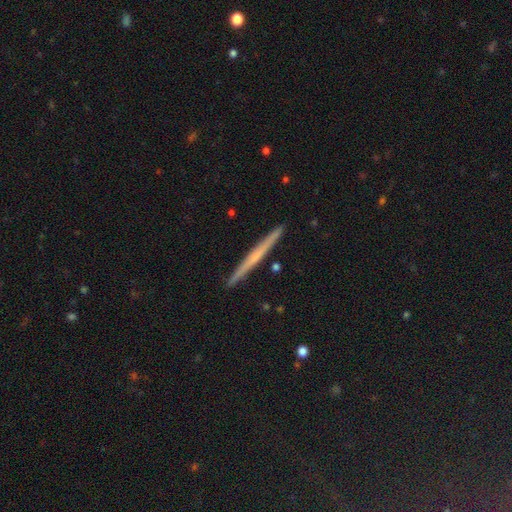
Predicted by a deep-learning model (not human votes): The model was most divided on "smooth or featured": featured or disk: 56%, smooth: 38%, star or artifact: 6%. More confident: edge-on disk — yes (98%); merging — none (93%); edge-on bulge — none (76%).